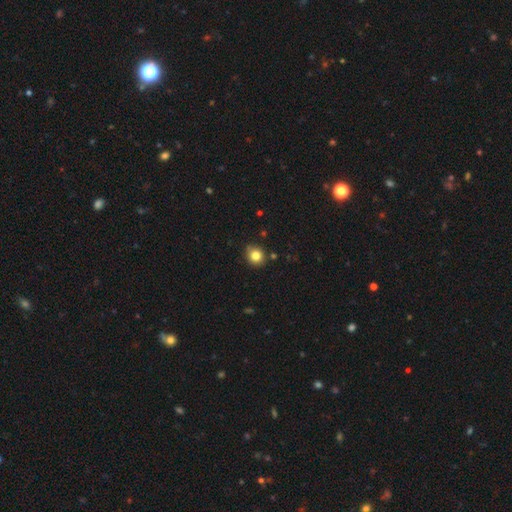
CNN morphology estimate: Overall: smooth (82%). How rounded: round (87%). Merging: none (85%).